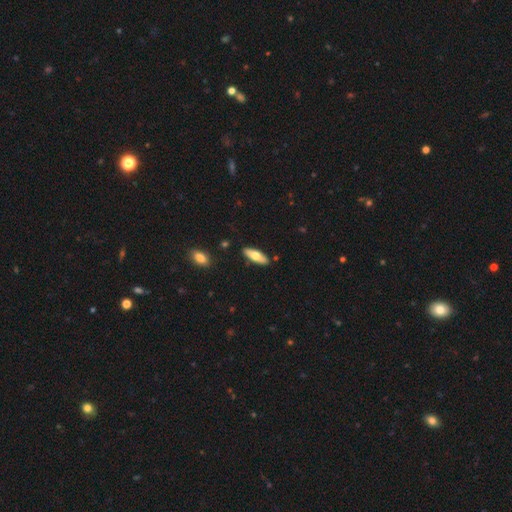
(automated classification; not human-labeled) Smooth or featured? smooth (62%)
How rounded? in between (61%)
Merging? none (87%)